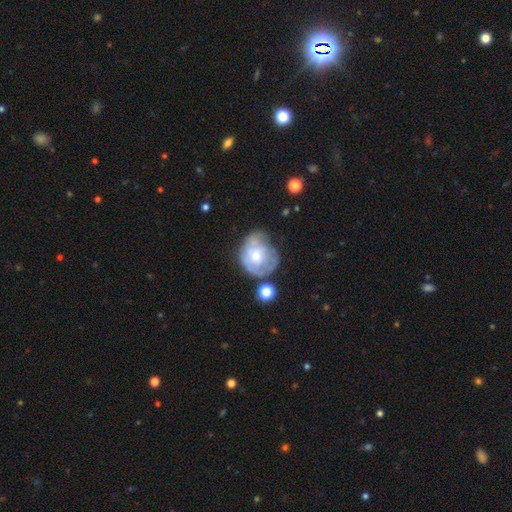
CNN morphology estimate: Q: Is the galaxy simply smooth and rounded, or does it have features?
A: featured or disk — 56%.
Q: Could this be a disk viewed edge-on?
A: no — 97%.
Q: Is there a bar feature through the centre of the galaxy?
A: no — 82%.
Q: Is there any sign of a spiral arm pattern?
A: no — 55%.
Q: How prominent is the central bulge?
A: small — 48%.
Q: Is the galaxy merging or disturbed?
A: none — 42%.